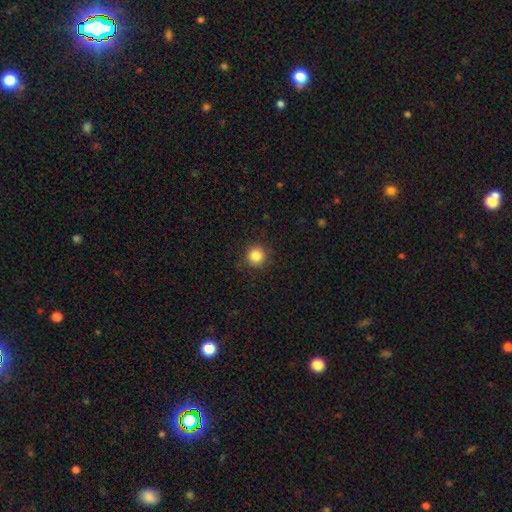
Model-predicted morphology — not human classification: smooth 85%, star or artifact 11%, featured or disk 4%. Down the decision tree: how rounded — round (95%); merging — none (90%).